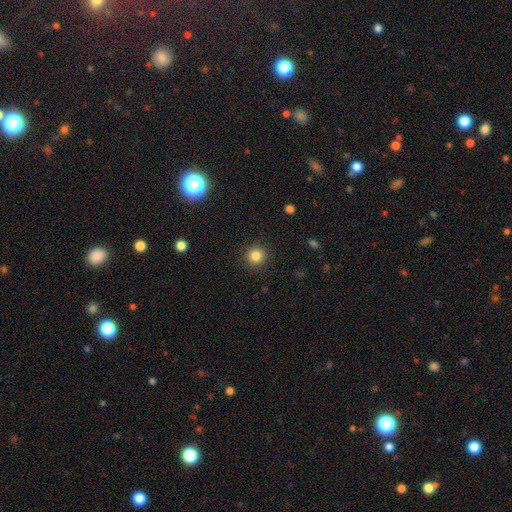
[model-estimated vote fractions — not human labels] Q: Smooth or featured?
A: smooth (84%); runner-up: star or artifact (11%)
Q: How rounded?
A: round (94%); runner-up: in between (5%)
Q: Merging?
A: none (92%); runner-up: minor disturbance (5%)